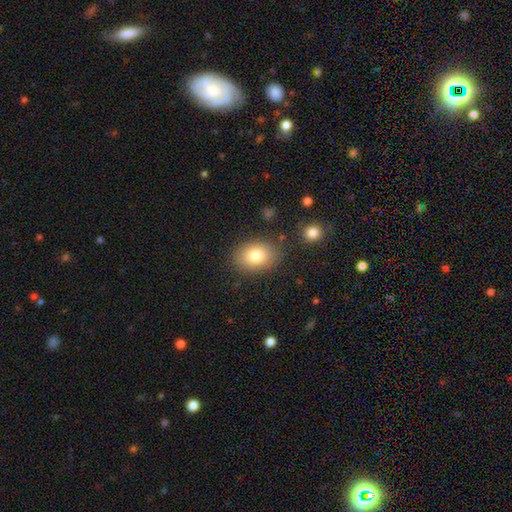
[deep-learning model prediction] A smooth galaxy with no disk features (80%) that is in between round and cigar-shaped (68%). Merging: none (82%).